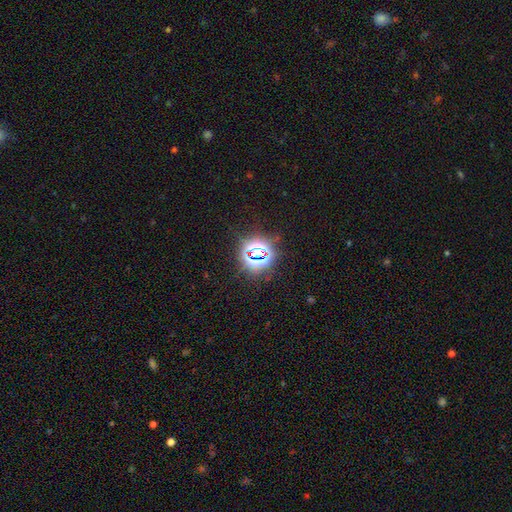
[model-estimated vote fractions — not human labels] A star or artifact, not a galaxy (77%).

Vote fractions:
- Smooth or featured? star or artifact: 77% / smooth: 15% / featured or disk: 8%